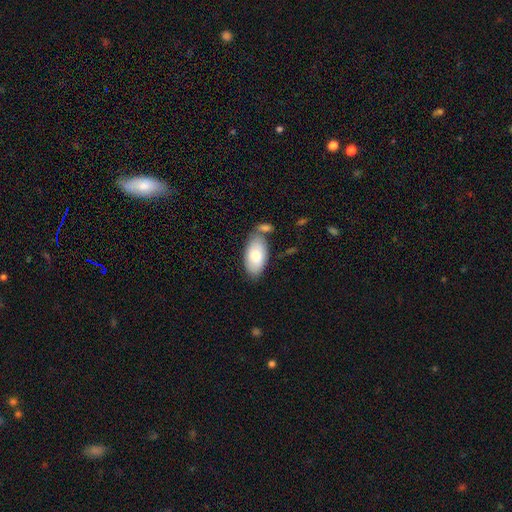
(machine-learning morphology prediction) smooth 79%, featured or disk 15%, star or artifact 6%. Down the decision tree: how rounded — in between (95%); merging — none (62%).